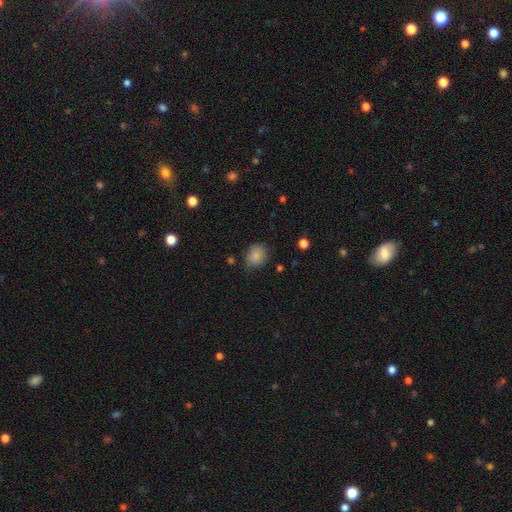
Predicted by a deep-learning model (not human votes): A smooth galaxy with no disk features (82%) that is round (55%). Merging: none (67%).